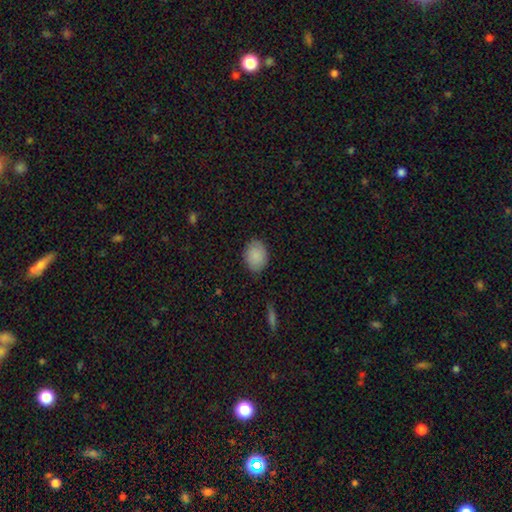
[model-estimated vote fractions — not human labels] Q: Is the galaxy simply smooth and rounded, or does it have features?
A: smooth — 86%.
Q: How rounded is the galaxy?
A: in between — 64%.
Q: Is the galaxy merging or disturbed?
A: none — 83%.